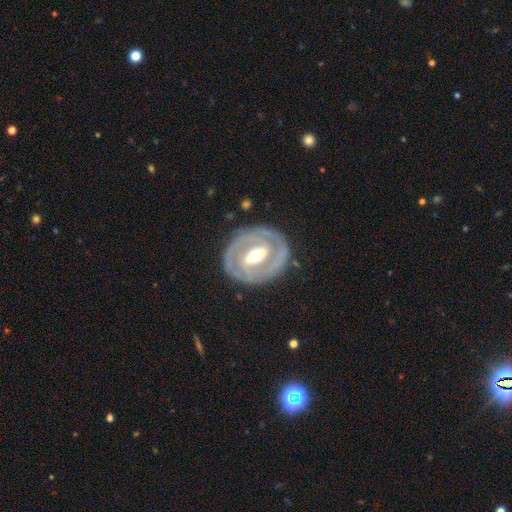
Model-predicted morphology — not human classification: The model was most divided on "bar": strong: 44%, weak: 37%, no: 19%. More confident: edge-on disk — no (95%); merging — none (82%); smooth or featured — featured or disk (78%); bulge size — moderate (69%); spiral arms — yes (58%).